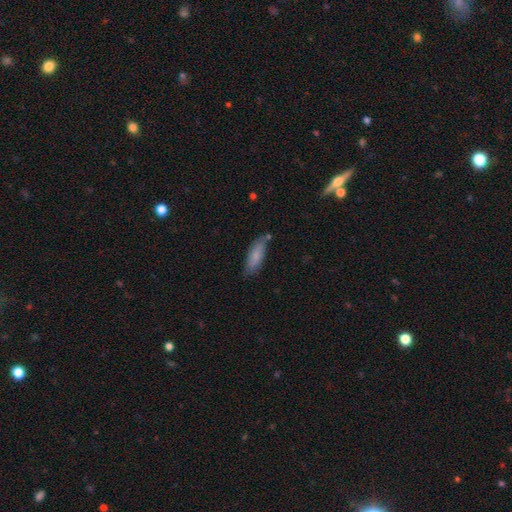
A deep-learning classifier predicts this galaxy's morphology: A smooth galaxy with no disk features (75%) that is in between round and cigar-shaped (60%).

Vote fractions:
- Smooth or featured? smooth: 75% / featured or disk: 19% / star or artifact: 6%
- How rounded? in between: 60% / cigar-shaped: 38% / round: 2%
- Merging? none: 69% / minor disturbance: 22% / merger: 5% / major disturbance: 4%